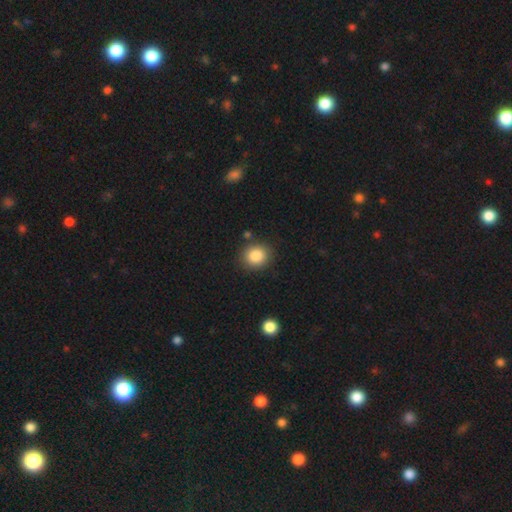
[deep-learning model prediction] This appears to be a smooth galaxy with no disk features (85%) that is round (81%). Merging: none (85%).